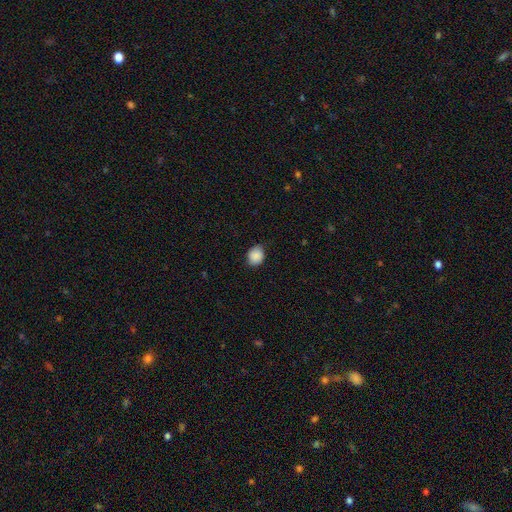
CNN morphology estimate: This appears to be a smooth galaxy with no disk features (89%) that is round (66%). Merging: none (80%).